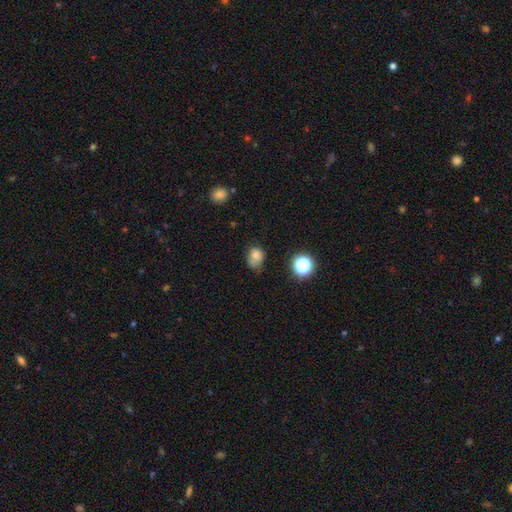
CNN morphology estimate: smooth_or_featured: smooth (p=0.75) [alt: star or artifact p=0.15]
how_rounded: round (p=0.52) [alt: in between p=0.47]
merging: none (p=0.44) [alt: minor disturbance p=0.34]